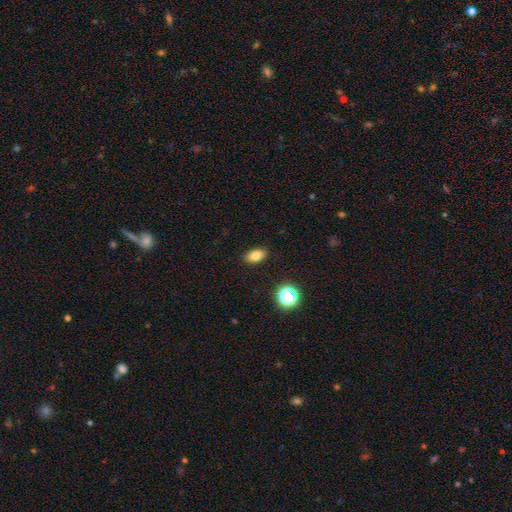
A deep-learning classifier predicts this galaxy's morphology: A smooth galaxy with no disk features (80%) that is in between round and cigar-shaped (85%).

Vote fractions:
- Smooth or featured? smooth: 80% / star or artifact: 12% / featured or disk: 8%
- How rounded? in between: 85% / round: 12% / cigar-shaped: 3%
- Merging? none: 88% / minor disturbance: 9% / major disturbance: 2% / merger: 1%